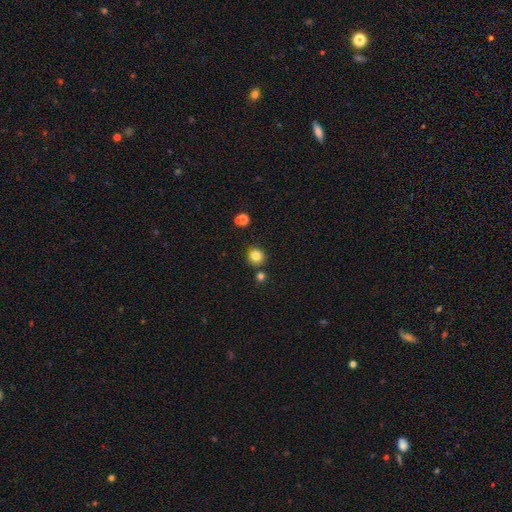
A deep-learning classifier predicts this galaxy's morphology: A smooth galaxy with no disk features (81%) that is round (88%).

Vote fractions:
- Smooth or featured? smooth: 81% / star or artifact: 13% / featured or disk: 6%
- How rounded? round: 88% / in between: 11% / cigar-shaped: 1%
- Merging? none: 81% / minor disturbance: 9% / merger: 8% / major disturbance: 2%